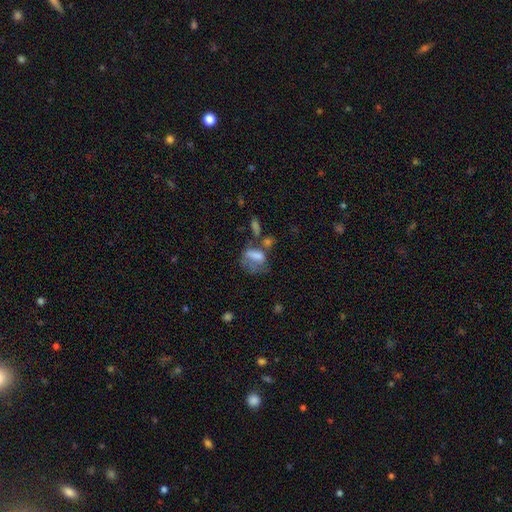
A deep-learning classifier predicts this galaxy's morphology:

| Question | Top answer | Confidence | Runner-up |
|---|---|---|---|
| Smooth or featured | smooth | 57% | featured or disk (30%) |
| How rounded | in between | 72% | round (23%) |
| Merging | major disturbance | 33% | none (25%) |